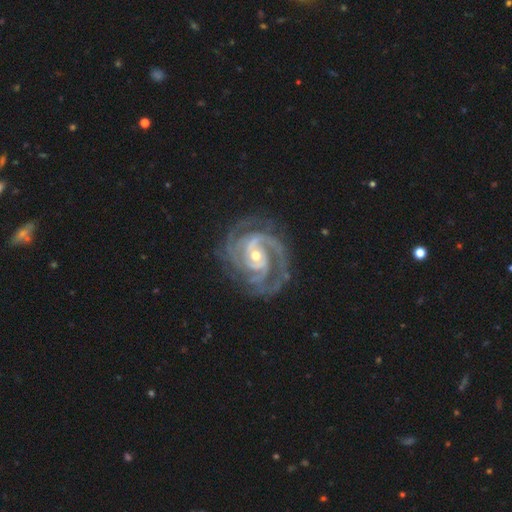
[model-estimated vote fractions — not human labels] smooth-or-featured: featured or disk: 93% | star or artifact: 4% | smooth: 2%
  disk-edge-on: no: 98% | yes: 2%
    bar: no: 39% | weak: 38% | strong: 23%
    has-spiral-arms: yes: 99% | no: 1%
      spiral-winding: tight: 63% | medium: 33% | loose: 4%
      spiral-arm-count: 3: 37% | 2: 31% | 4: 10% | can't tell: 10% | more than 4: 6% | 1: 6%
    bulge-size: small: 50% | moderate: 47% | large: 2% | none: 1% | dominant: 1%
  merging: none: 75% | minor disturbance: 16% | major disturbance: 7% | merger: 2%